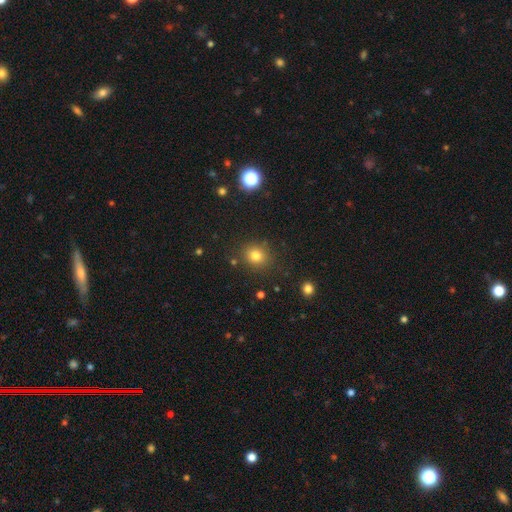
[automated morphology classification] smooth-or-featured: smooth: 79% | star or artifact: 15% | featured or disk: 6%
  how-rounded: round: 82% | in between: 17% | cigar-shaped: 1%
  merging: none: 85% | minor disturbance: 9% | major disturbance: 3% | merger: 3%